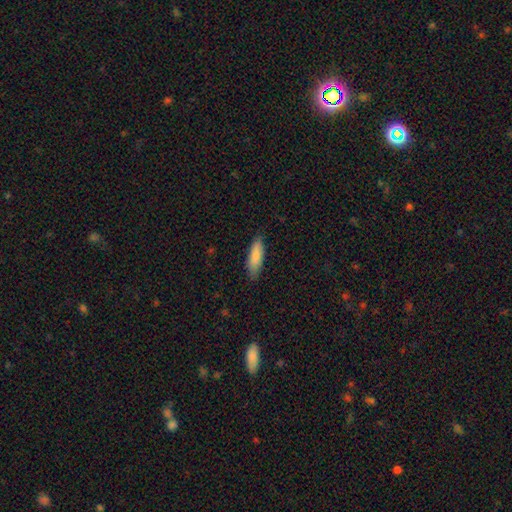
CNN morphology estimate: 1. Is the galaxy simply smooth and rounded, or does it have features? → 84% smooth, 11% featured or disk, 6% star or artifact.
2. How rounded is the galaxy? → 54% in between, 45% cigar-shaped, 2% round.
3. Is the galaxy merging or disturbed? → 83% none, 13% minor disturbance, 2% major disturbance, 1% merger.